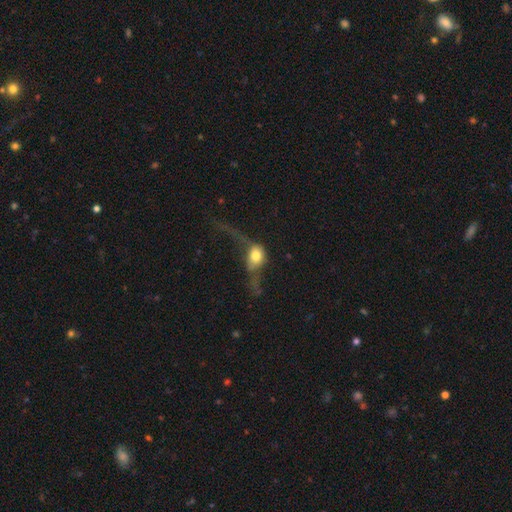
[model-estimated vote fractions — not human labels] This appears to be a smooth galaxy with no disk features (58%) that is in between round and cigar-shaped (50%). Merging: major disturbance (59%).